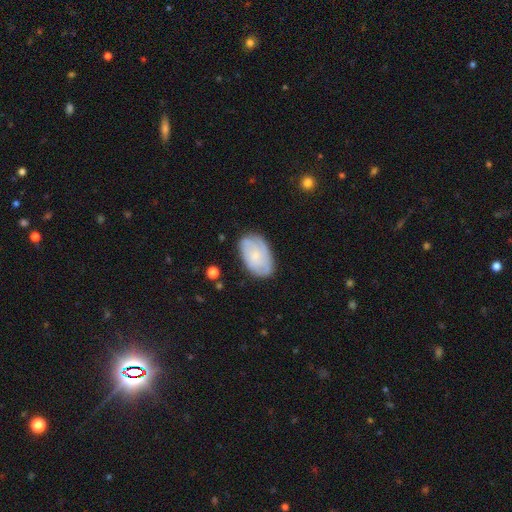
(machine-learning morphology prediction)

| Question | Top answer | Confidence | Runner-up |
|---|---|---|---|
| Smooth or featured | smooth | 51% | featured or disk (43%) |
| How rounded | in between | 92% | round (7%) |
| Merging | none | 73% | minor disturbance (20%) |